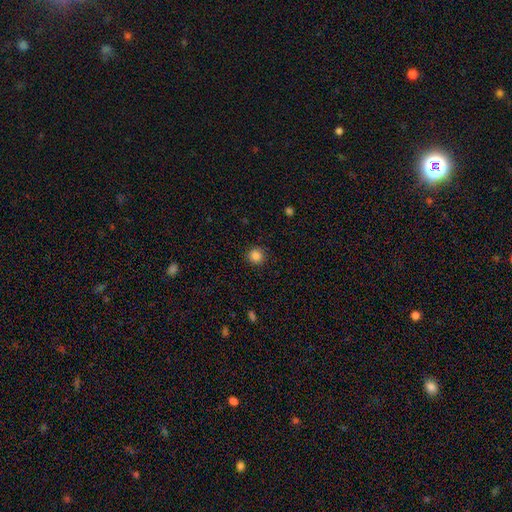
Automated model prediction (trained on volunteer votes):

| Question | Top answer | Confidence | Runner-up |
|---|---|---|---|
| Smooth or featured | smooth | 85% | star or artifact (11%) |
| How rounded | round | 91% | in between (8%) |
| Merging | none | 90% | minor disturbance (7%) |